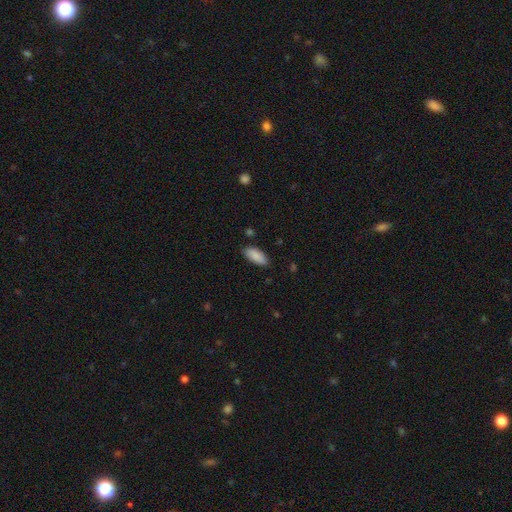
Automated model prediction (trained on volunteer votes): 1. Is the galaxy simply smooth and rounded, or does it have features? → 89% smooth, 6% star or artifact, 5% featured or disk.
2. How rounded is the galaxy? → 87% in between, 11% cigar-shaped, 2% round.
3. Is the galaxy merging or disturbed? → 83% none, 13% minor disturbance, 2% major disturbance, 1% merger.